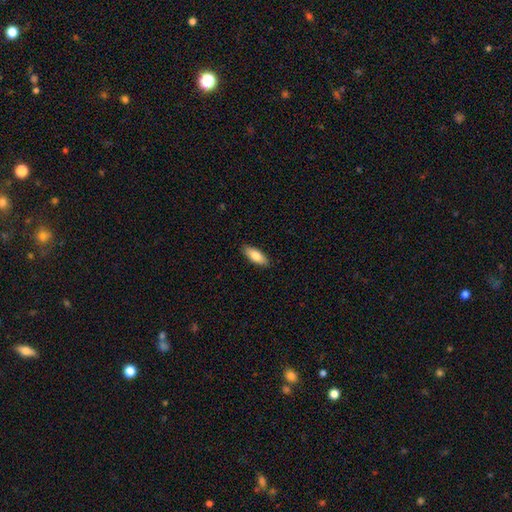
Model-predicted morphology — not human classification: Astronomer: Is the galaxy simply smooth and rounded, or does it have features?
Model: smooth — 83%.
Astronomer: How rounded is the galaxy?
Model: in between — 76%.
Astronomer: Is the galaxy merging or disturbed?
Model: none — 89%.